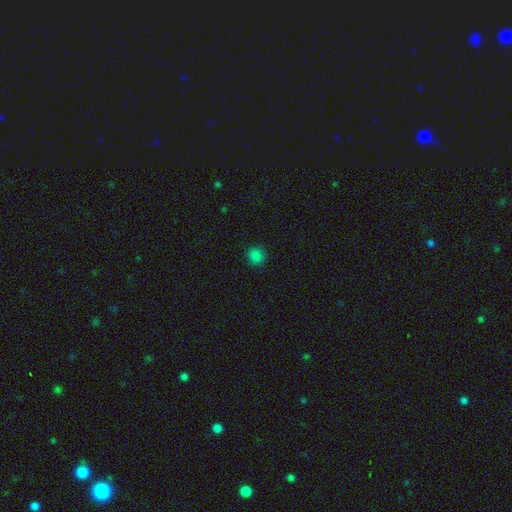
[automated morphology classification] Q: Smooth or featured?
A: smooth (82%); runner-up: star or artifact (14%)
Q: How rounded?
A: round (91%); runner-up: in between (8%)
Q: Merging?
A: none (90%); runner-up: minor disturbance (7%)